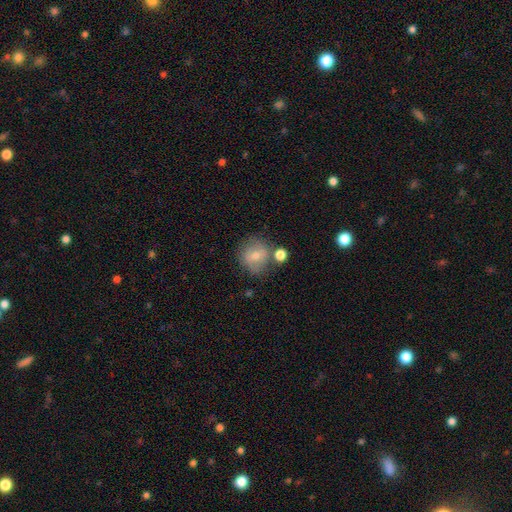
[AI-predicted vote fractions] Smooth or featured: smooth — 67% (featured or disk — 23%)
How rounded: round — 81% (in between — 18%)
Merging: none — 58% (merger — 18%)